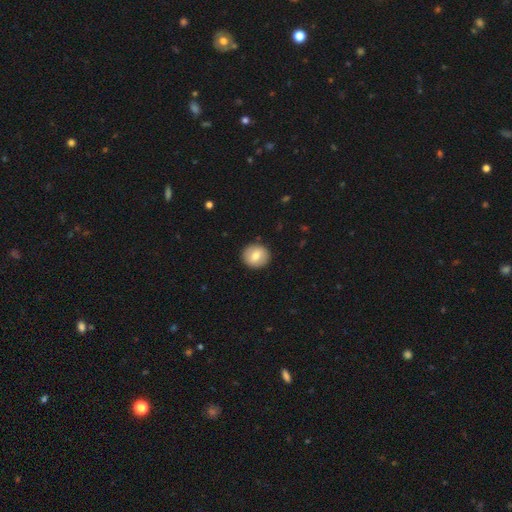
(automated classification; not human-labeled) smooth_or_featured: smooth (p=0.72) [alt: featured or disk p=0.21]
how_rounded: round (p=0.88) [alt: in between p=0.11]
merging: none (p=0.90) [alt: minor disturbance p=0.07]